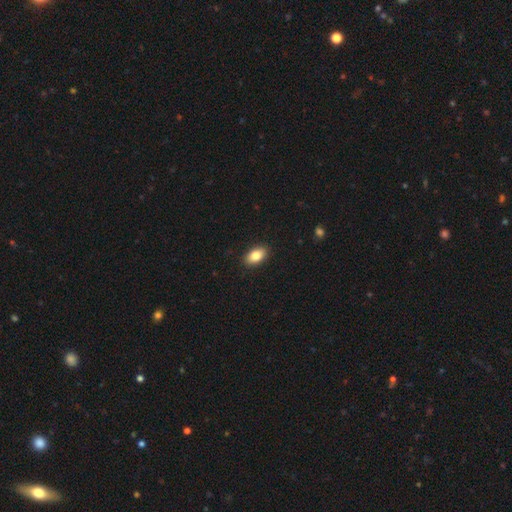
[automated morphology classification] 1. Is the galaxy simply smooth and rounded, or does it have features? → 83% smooth, 9% featured or disk, 8% star or artifact.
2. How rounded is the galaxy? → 91% in between, 7% round, 2% cigar-shaped.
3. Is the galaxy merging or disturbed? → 90% none, 7% minor disturbance, 2% major disturbance, 1% merger.